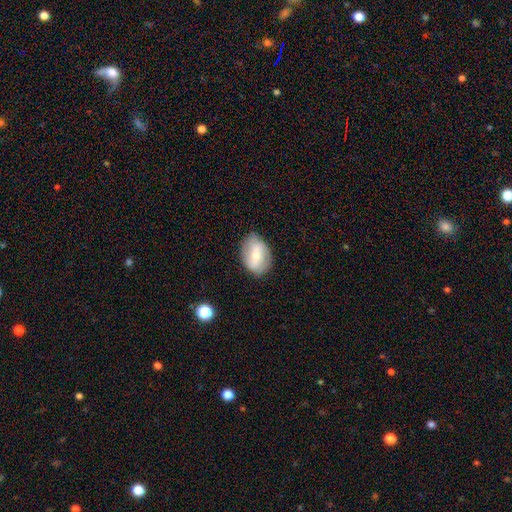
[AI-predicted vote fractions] Overall: smooth (53%; featured or disk 40%). How rounded: in between (81%). Merging: none (80%).